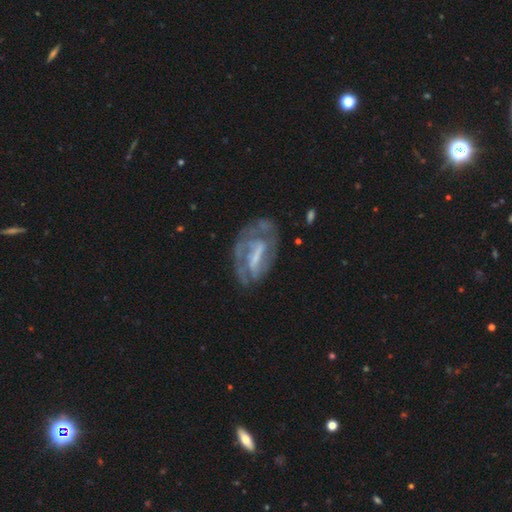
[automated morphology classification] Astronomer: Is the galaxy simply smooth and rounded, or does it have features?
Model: featured or disk — 75%.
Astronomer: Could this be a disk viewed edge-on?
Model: no — 94%.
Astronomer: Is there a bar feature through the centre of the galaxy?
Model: strong — 50% (runner-up: weak, 34%).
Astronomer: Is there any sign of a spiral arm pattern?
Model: yes — 69%.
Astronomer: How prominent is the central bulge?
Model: none — 38% (runner-up: small, 31%).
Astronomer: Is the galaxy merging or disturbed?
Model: none — 53%.